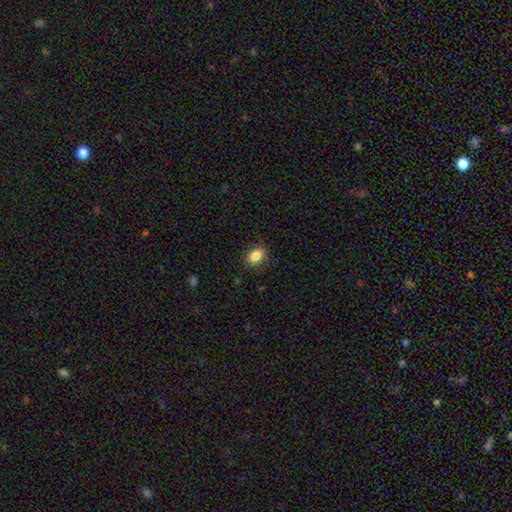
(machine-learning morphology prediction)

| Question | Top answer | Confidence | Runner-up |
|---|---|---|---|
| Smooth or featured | smooth | 86% | star or artifact (9%) |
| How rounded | in between | 77% | round (22%) |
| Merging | none | 86% | minor disturbance (10%) |